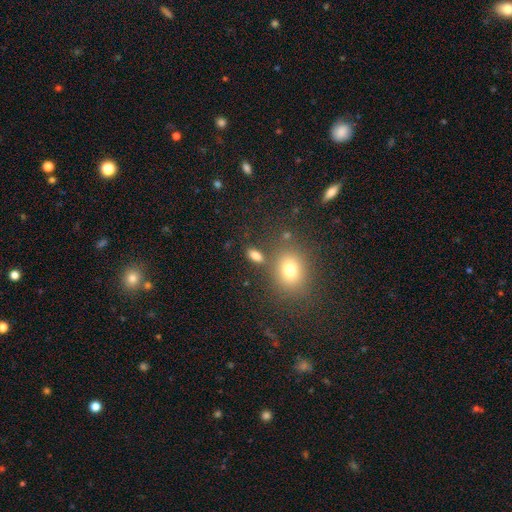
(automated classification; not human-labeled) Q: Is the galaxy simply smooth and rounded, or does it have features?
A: smooth — 79%.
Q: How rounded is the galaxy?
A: in between — 82%.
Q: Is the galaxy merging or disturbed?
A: none — 75%.